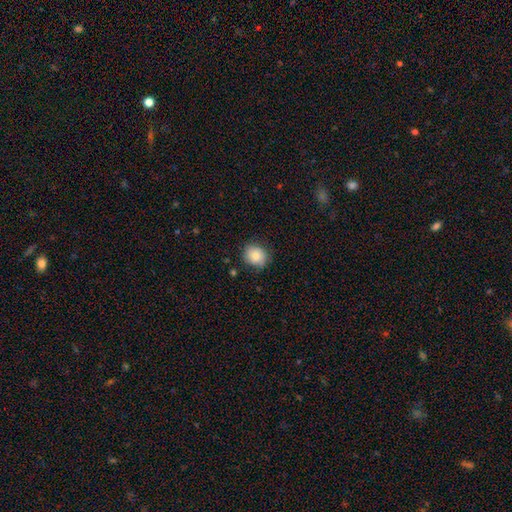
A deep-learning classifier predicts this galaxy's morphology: Smooth or featured?
  - smooth: 80% *
  - featured or disk: 11%
  - star or artifact: 9%
How rounded?
  - round: 72% *
  - in between: 27%
  - cigar-shaped: 1%
Merging?
  - none: 80% *
  - minor disturbance: 16%
  - major disturbance: 3%
  - merger: 1%